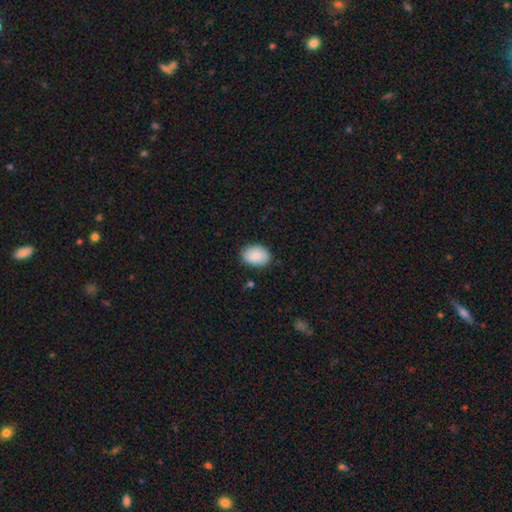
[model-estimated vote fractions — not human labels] This appears to be a smooth galaxy with no disk features (86%) that is in between round and cigar-shaped (83%). Merging: none (84%).